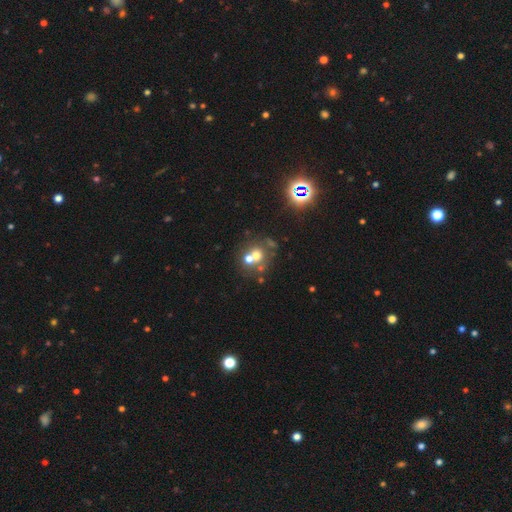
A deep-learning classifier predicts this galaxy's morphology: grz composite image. It shows a smooth galaxy with no disk features (55%) that is round (82%). Merging: merger (46%).